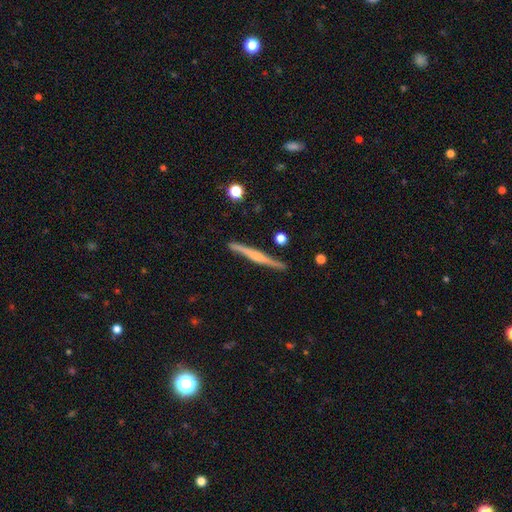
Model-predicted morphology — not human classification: smooth_or_featured: featured or disk (p=0.69) [alt: smooth p=0.25]
disk_edge_on: yes (p=0.98) [alt: no p=0.02]
edge_on_bulge: rounded (p=0.66) [alt: none p=0.21]
merging: none (p=0.88) [alt: minor disturbance p=0.08]